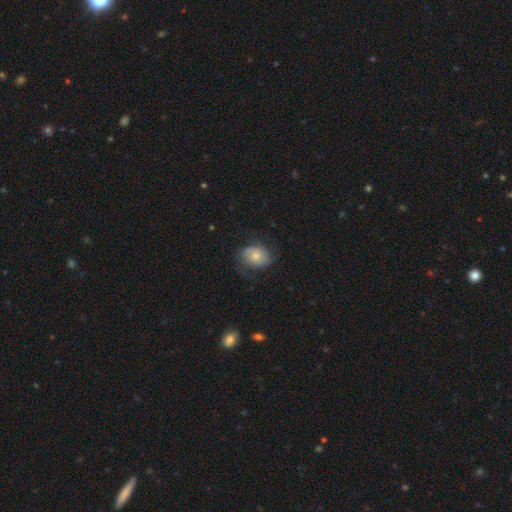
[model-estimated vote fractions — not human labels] Smooth or featured: smooth — 63% (featured or disk — 29%)
How rounded: in between — 59% (round — 40%)
Merging: none — 63% (minor disturbance — 25%)